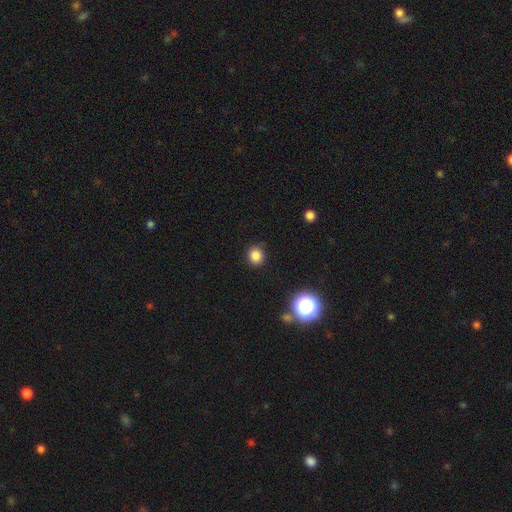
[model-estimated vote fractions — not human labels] This appears to be a smooth galaxy with no disk features (83%) that is round (83%). Merging: none (89%).